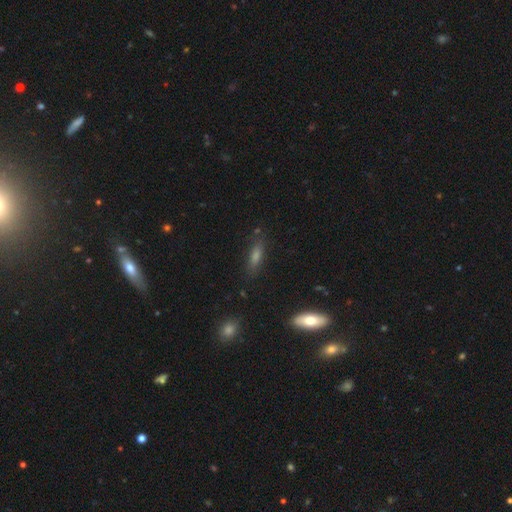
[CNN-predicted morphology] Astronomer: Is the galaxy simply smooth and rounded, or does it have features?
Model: smooth — 60%.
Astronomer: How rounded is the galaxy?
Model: cigar-shaped — 62%.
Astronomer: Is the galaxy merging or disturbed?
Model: none — 78%.